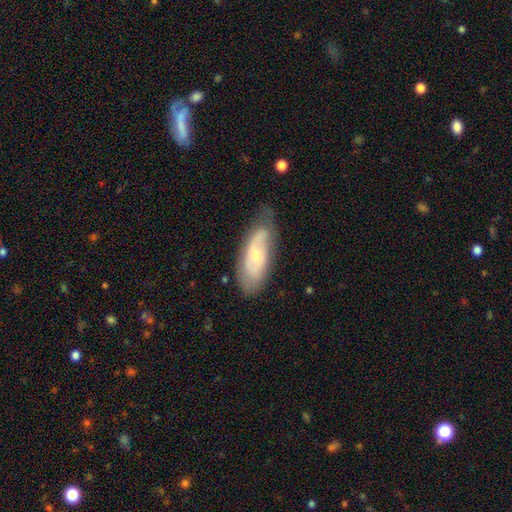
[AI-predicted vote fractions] A featured or disk galaxy (62%) with no bar (67%), spiral arms (81%) and a small central bulge (62%).

Vote fractions:
- Smooth or featured? featured or disk: 62% / smooth: 31% / star or artifact: 7%
- Edge-on disk? no: 87% / yes: 13%
- Bar? no: 67% / weak: 28% / strong: 5%
- Spiral arms? yes: 81% / no: 19%
- Bulge size? small: 62% / moderate: 34% / large: 2% / none: 2% / dominant: 1%
- Merging? none: 65% / minor disturbance: 26% / major disturbance: 7% / merger: 2%